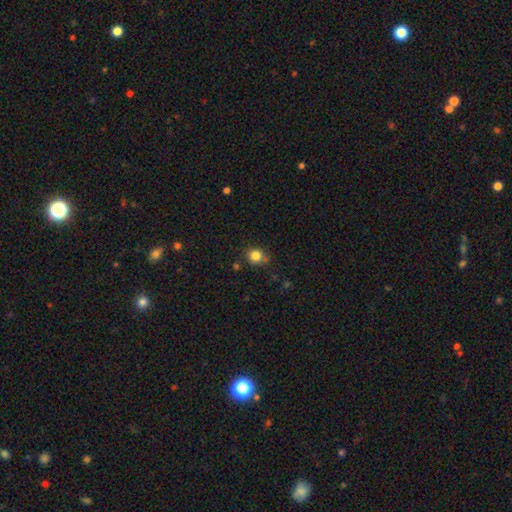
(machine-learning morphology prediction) smooth_or_featured: smooth (p=0.82) [alt: star or artifact p=0.12]
how_rounded: round (p=0.86) [alt: in between p=0.13]
merging: none (p=0.77) [alt: minor disturbance p=0.14]